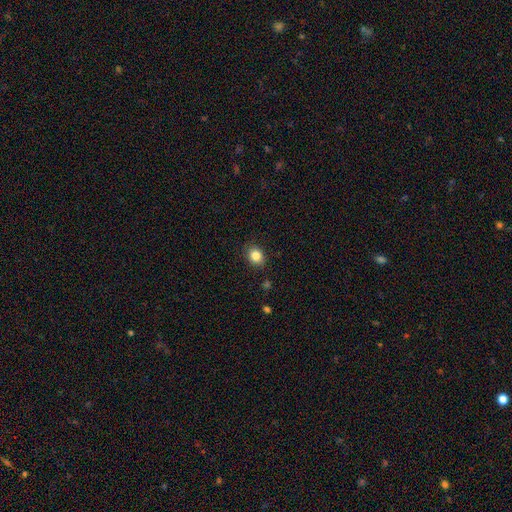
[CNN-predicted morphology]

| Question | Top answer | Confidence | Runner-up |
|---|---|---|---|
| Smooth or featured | smooth | 84% | star or artifact (10%) |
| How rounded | round | 55% | in between (44%) |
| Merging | none | 85% | minor disturbance (11%) |